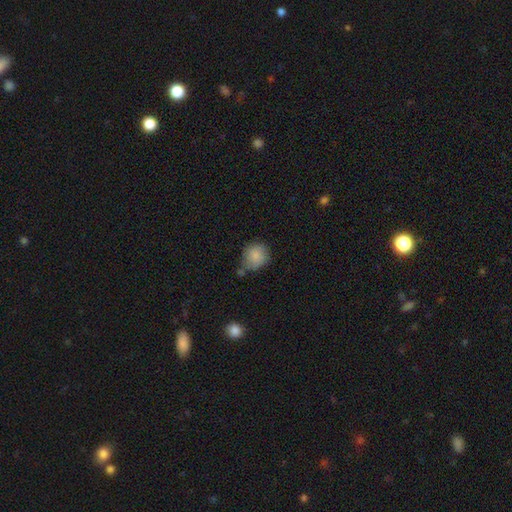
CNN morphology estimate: Smooth or featured: smooth — 86% (star or artifact — 8%)
How rounded: round — 80% (in between — 19%)
Merging: none — 62% (minor disturbance — 22%)